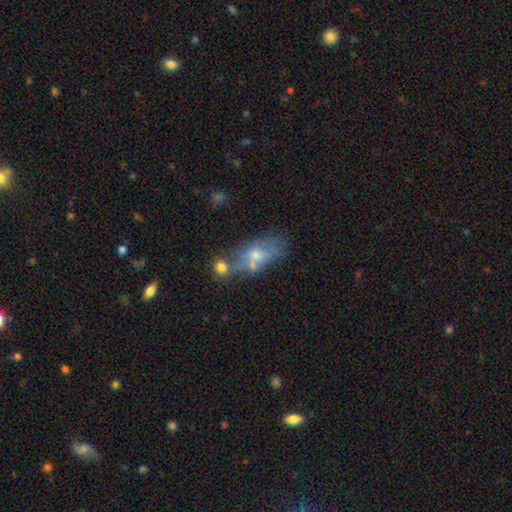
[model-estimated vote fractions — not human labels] Smooth or featured?
  - smooth: 51% *
  - featured or disk: 37%
  - star or artifact: 12%
How rounded?
  - in between: 80% *
  - cigar-shaped: 10%
  - round: 9%
Merging?
  - none: 33% * (tied)
  - merger: 33% * (tied)
  - minor disturbance: 20%
  - major disturbance: 14%